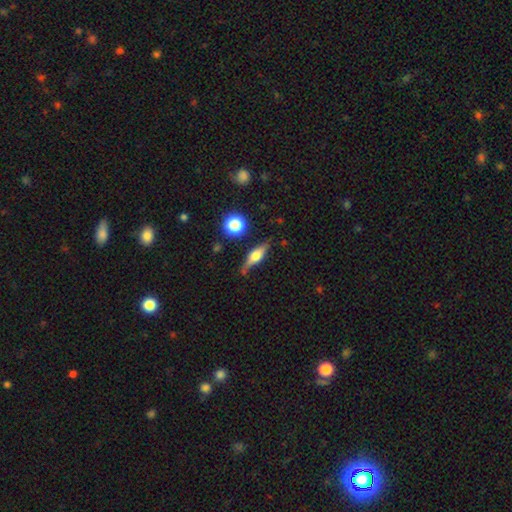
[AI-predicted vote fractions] Q: Smooth or featured?
A: featured or disk (55%); runner-up: smooth (37%)
Q: Edge-on disk?
A: yes (92%); runner-up: no (8%)
Q: Edge-on bulge?
A: rounded (89%); runner-up: boxy (9%)
Q: Merging?
A: none (76%); runner-up: minor disturbance (16%)